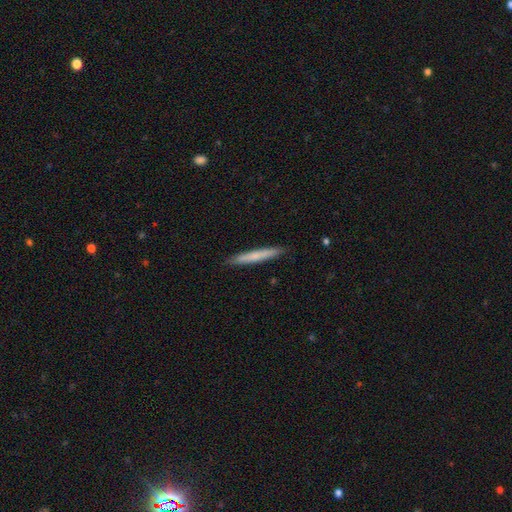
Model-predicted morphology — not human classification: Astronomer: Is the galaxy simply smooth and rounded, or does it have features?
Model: smooth — 68%.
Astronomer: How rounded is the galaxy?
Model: cigar-shaped — 96%.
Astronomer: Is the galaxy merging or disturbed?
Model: none — 91%.